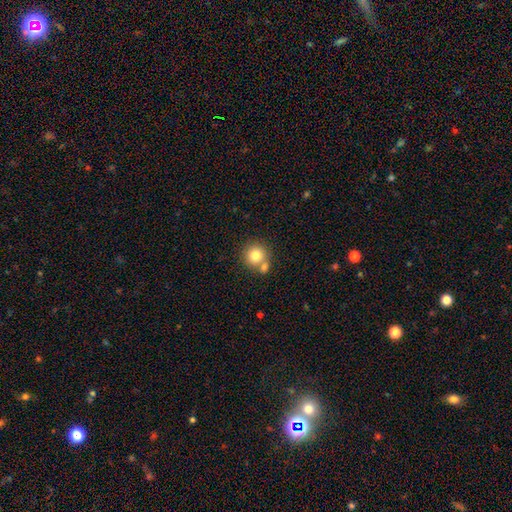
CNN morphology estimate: A smooth galaxy with no disk features (80%) that is round (91%).

Vote fractions:
- Smooth or featured? smooth: 80% / featured or disk: 10% / star or artifact: 10%
- How rounded? round: 91% / in between: 8% / cigar-shaped: 1%
- Merging? none: 59% / merger: 30% / minor disturbance: 8% / major disturbance: 3%